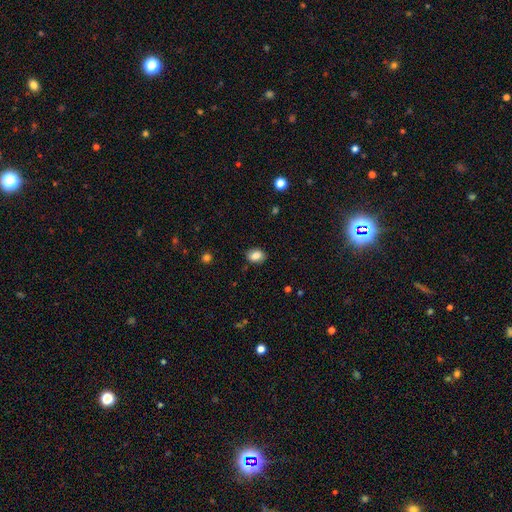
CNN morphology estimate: Q: Smooth or featured?
A: smooth (83%); runner-up: star or artifact (9%)
Q: How rounded?
A: in between (69%); runner-up: round (30%)
Q: Merging?
A: none (85%); runner-up: minor disturbance (11%)